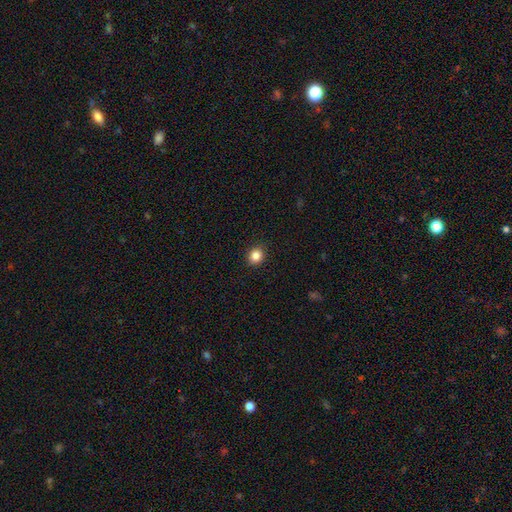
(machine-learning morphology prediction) Q: Smooth or featured?
A: smooth (86%); runner-up: star or artifact (11%)
Q: How rounded?
A: round (79%); runner-up: in between (20%)
Q: Merging?
A: none (91%); runner-up: minor disturbance (7%)